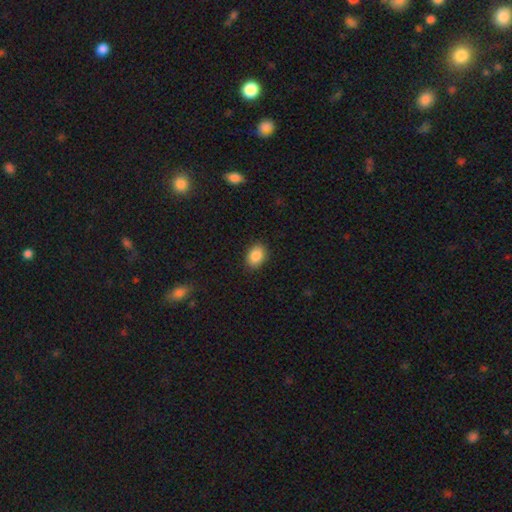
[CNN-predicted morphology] Smooth or featured: smooth — 87% (star or artifact — 8%)
How rounded: in between — 73% (round — 26%)
Merging: none — 88% (minor disturbance — 9%)